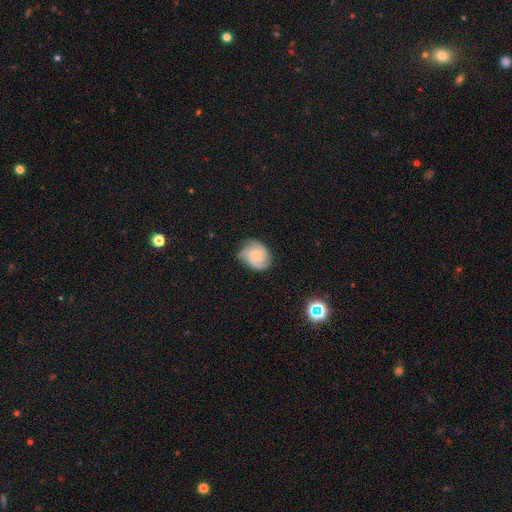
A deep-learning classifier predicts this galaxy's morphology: A featured or disk galaxy (68%) with no bar (78%), 3 (44%) tight (57%) spiral arms (94%) and a small central bulge (61%). Merging: none (66%).